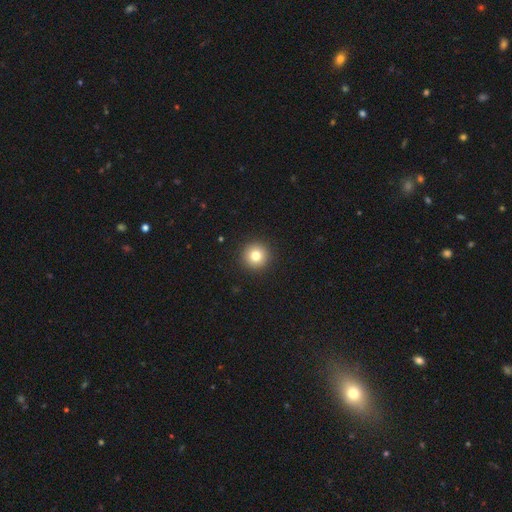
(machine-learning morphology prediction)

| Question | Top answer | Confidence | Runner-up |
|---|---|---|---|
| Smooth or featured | smooth | 80% | star or artifact (11%) |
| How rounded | round | 96% | in between (3%) |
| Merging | none | 93% | minor disturbance (4%) |